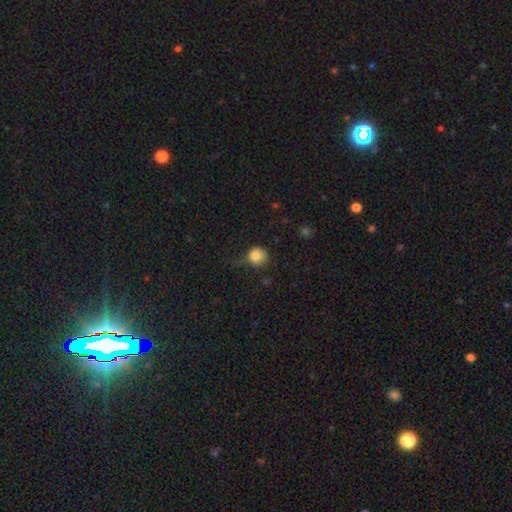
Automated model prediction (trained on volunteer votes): Overall: smooth (84%). How rounded: round (87%). Merging: none (50%; minor disturbance 33%).